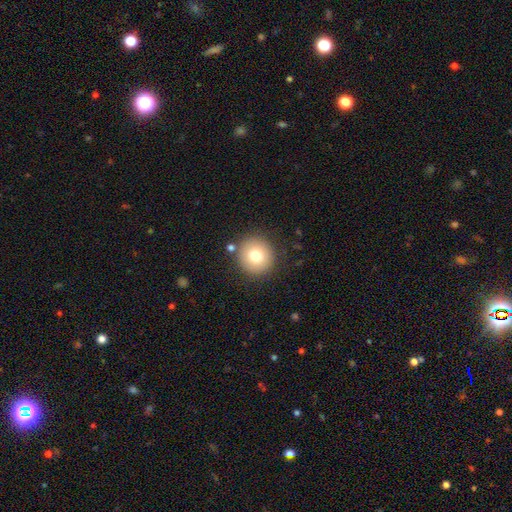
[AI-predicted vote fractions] smooth_or_featured: smooth (p=0.76) [alt: featured or disk p=0.13]
how_rounded: round (p=0.93) [alt: in between p=0.06]
merging: none (p=0.86) [alt: minor disturbance p=0.08]